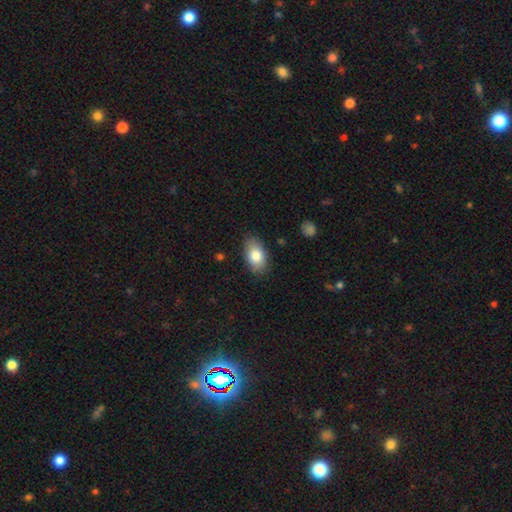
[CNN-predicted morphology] Smooth or featured?
  - smooth: 81% *
  - featured or disk: 12%
  - star or artifact: 7%
How rounded?
  - in between: 92% *
  - round: 7%
  - cigar-shaped: 2%
Merging?
  - none: 83% *
  - minor disturbance: 13%
  - major disturbance: 3%
  - merger: 1%